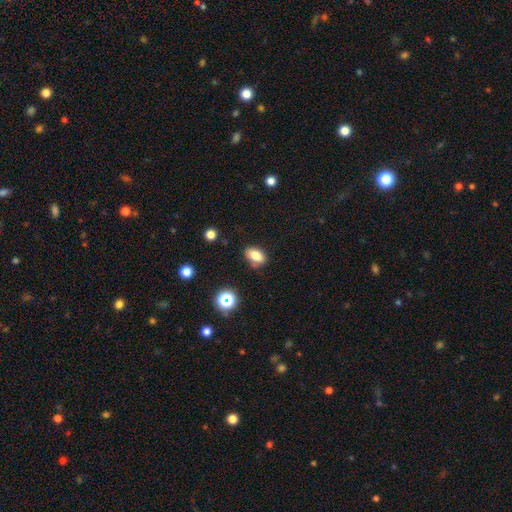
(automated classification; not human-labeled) A smooth galaxy with no disk features (80%) that is in between round and cigar-shaped (88%).

Vote fractions:
- Smooth or featured? smooth: 80% / star or artifact: 11% / featured or disk: 9%
- How rounded? in between: 88% / round: 10% / cigar-shaped: 3%
- Merging? none: 77% / minor disturbance: 15% / merger: 5% / major disturbance: 3%